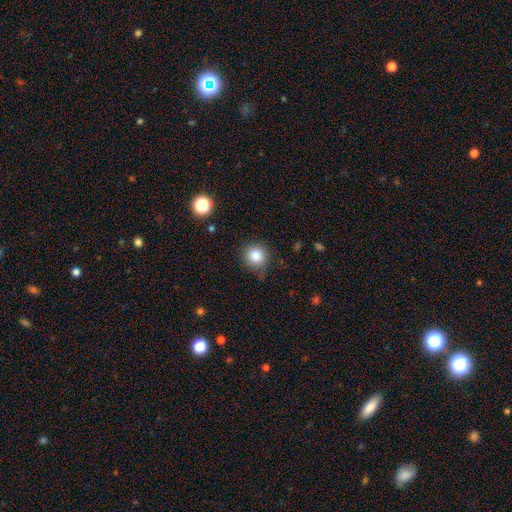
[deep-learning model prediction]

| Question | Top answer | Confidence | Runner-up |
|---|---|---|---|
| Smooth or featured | smooth | 83% | star or artifact (12%) |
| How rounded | round | 91% | in between (8%) |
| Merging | none | 70% | minor disturbance (23%) |